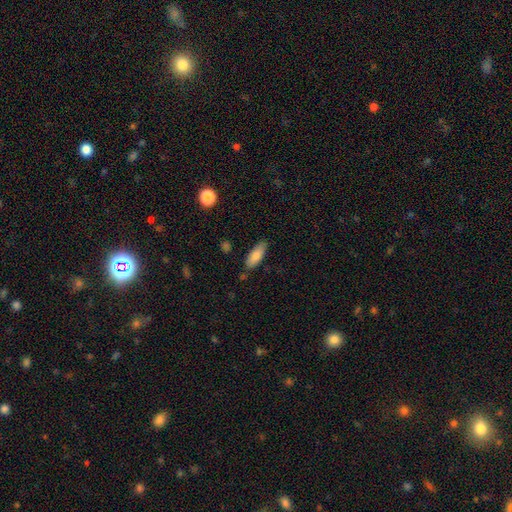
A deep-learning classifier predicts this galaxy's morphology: This appears to be a smooth galaxy with no disk features (82%) that is in between round and cigar-shaped (69%). Merging: none (80%).